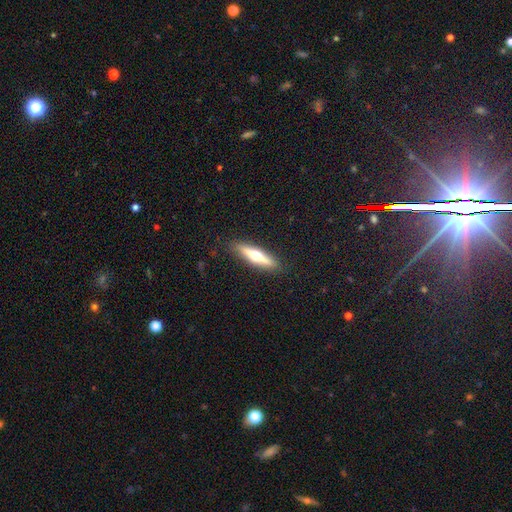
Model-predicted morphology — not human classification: Smooth or featured? Predicted: featured or disk (p=0.60). Edge-on disk? Predicted: yes (p=0.94). Edge-on bulge? Predicted: rounded (p=0.94). Merging? Predicted: none (p=0.89).